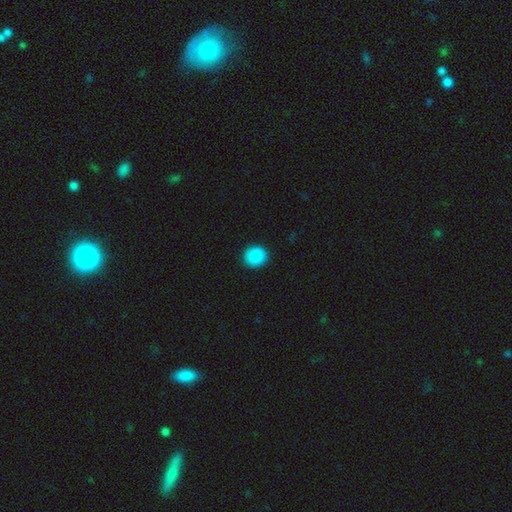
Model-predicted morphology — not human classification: A smooth galaxy with no disk features (89%) that is round (84%).

Vote fractions:
- Smooth or featured? smooth: 89% / star or artifact: 8% / featured or disk: 3%
- How rounded? round: 84% / in between: 15% / cigar-shaped: 1%
- Merging? none: 90% / minor disturbance: 7% / major disturbance: 2% / merger: 1%